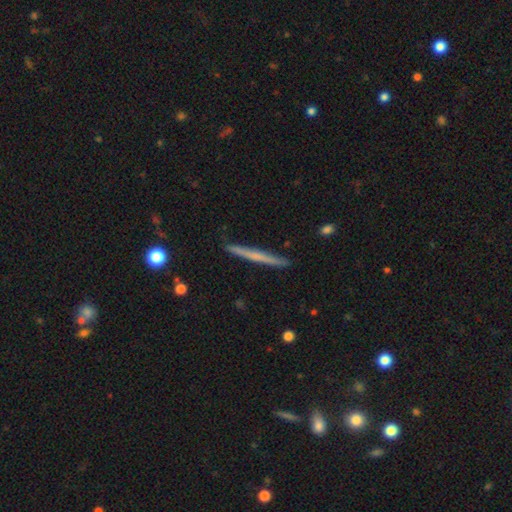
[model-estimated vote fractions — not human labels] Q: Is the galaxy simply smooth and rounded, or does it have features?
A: smooth — 47%, tied with featured or disk.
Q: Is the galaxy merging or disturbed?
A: none — 90%.